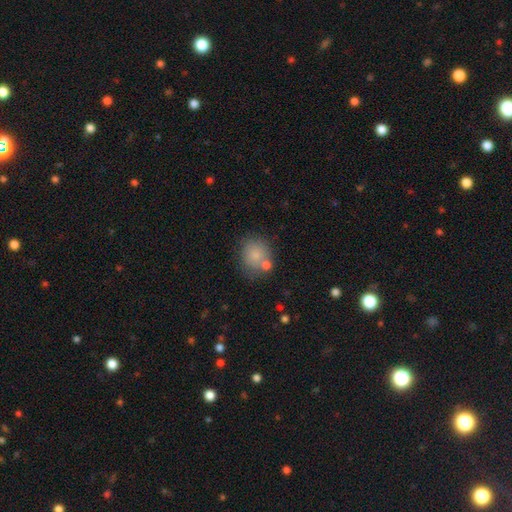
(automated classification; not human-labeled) A smooth galaxy with no disk features (79%) that is round (78%). Merging: none (60%).